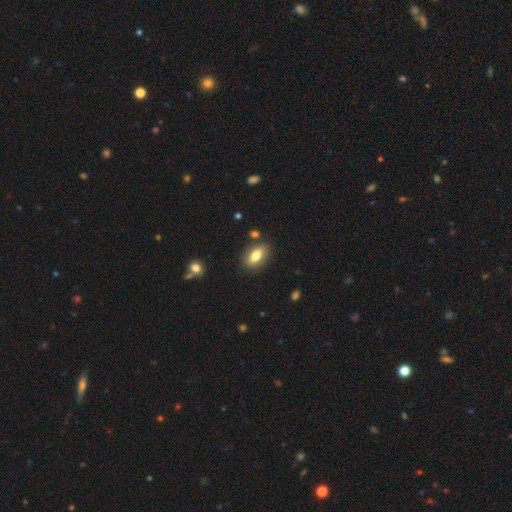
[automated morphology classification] Q: Smooth or featured?
A: smooth (78%); runner-up: featured or disk (15%)
Q: How rounded?
A: in between (87%); runner-up: cigar-shaped (7%)
Q: Merging?
A: none (83%); runner-up: minor disturbance (11%)